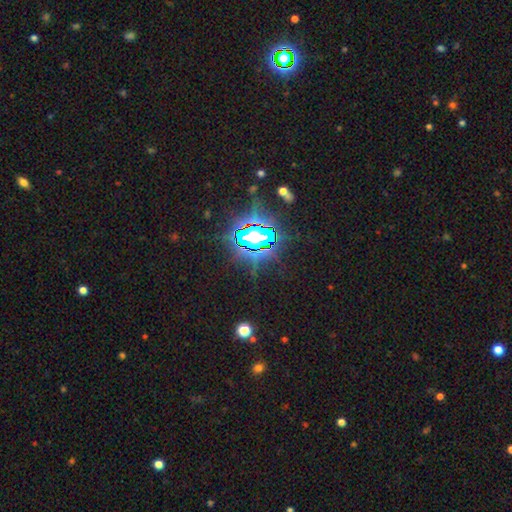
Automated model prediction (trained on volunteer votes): star or artifact 80%, smooth 10%, featured or disk 10%.